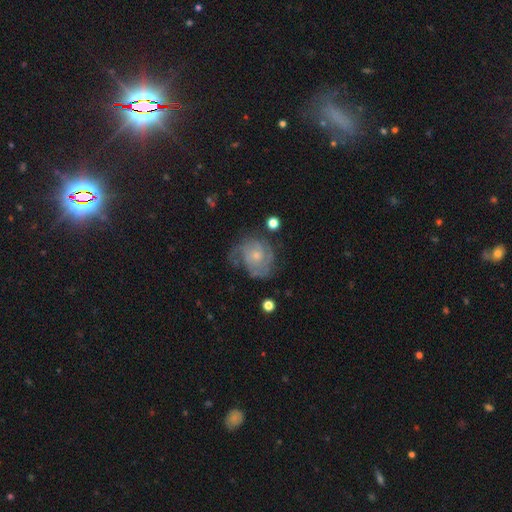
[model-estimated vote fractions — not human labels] Smooth or featured: featured or disk — 76% (smooth — 17%)
Edge-on disk: no — 98% (yes — 2%)
Bar: no — 77% (weak — 20%)
Spiral arms: yes — 90% (no — 10%)
Spiral winding: tight — 52% (medium — 35%)
Spiral arm count: 2 — 35% (can't tell — 31%)
Bulge size: small — 67% (moderate — 27%)
Merging: none — 57% (minor disturbance — 23%)